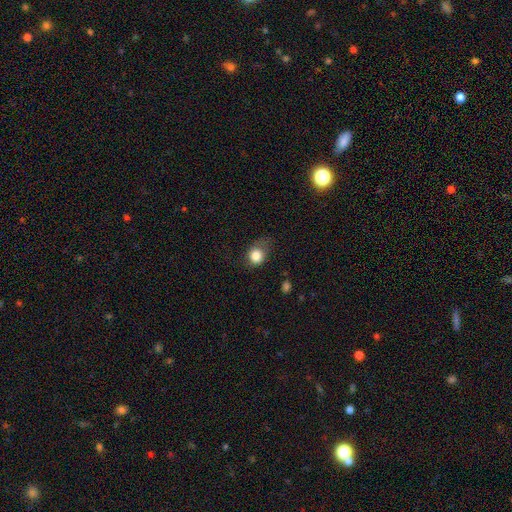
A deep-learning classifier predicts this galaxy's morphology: smooth-or-featured: smooth: 82% | star or artifact: 9% | featured or disk: 9%
  how-rounded: round: 69% | in between: 29% | cigar-shaped: 1%
  merging: none: 46% | minor disturbance: 31% | major disturbance: 20% | merger: 2%